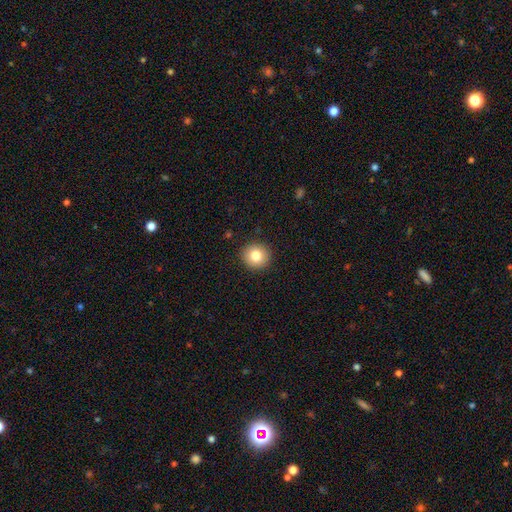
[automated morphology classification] smooth-or-featured: smooth: 81% | star or artifact: 10% | featured or disk: 9%
  how-rounded: round: 94% | in between: 5% | cigar-shaped: 1%
  merging: none: 92% | minor disturbance: 5% | major disturbance: 2% | merger: 1%